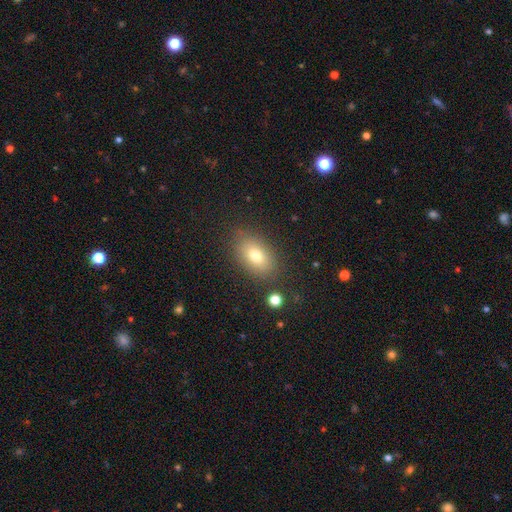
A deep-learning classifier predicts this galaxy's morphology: type=smooth (75%); roundness=in between (85%); merging=none (83%).